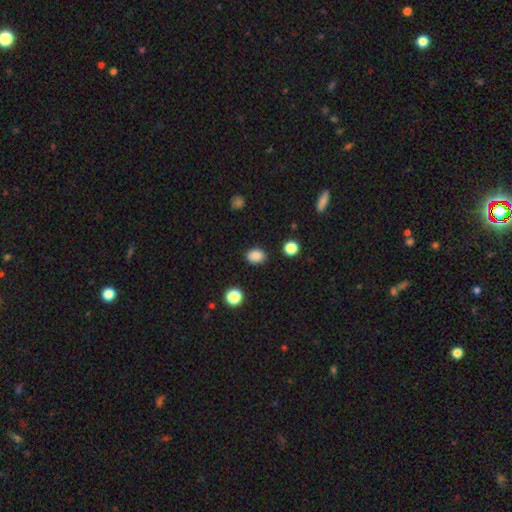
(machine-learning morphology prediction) smooth-or-featured: smooth: 86% | star or artifact: 11% | featured or disk: 3%
  how-rounded: in between: 61% | round: 38% | cigar-shaped: 1%
  merging: none: 86% | minor disturbance: 10% | major disturbance: 3% | merger: 2%